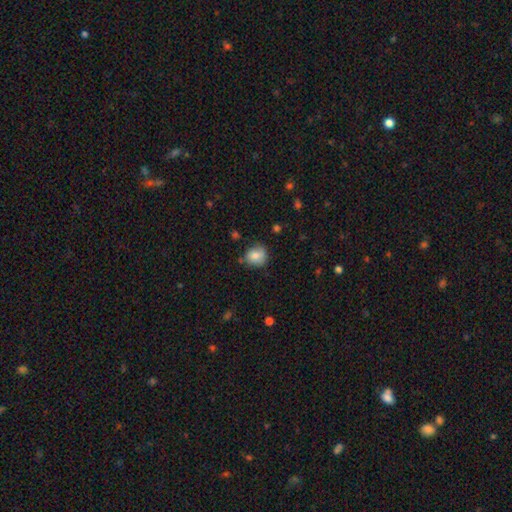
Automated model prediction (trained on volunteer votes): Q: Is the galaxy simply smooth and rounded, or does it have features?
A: smooth — 79%.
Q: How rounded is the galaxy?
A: round — 75%.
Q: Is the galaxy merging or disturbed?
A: none — 69%.